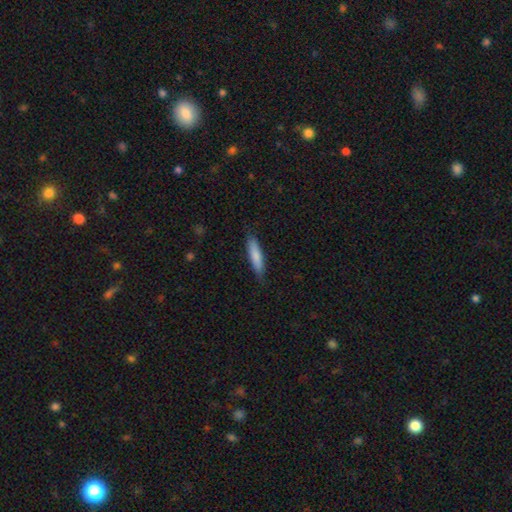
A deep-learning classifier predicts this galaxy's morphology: A smooth galaxy with no disk features (81%) that is cigar-shaped (78%). Merging: none (83%).